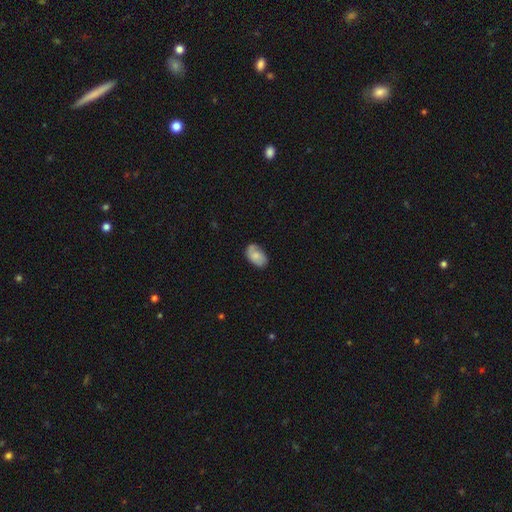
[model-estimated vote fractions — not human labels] A smooth galaxy with no disk features (72%) that is in between round and cigar-shaped (90%). Merging: none (71%).